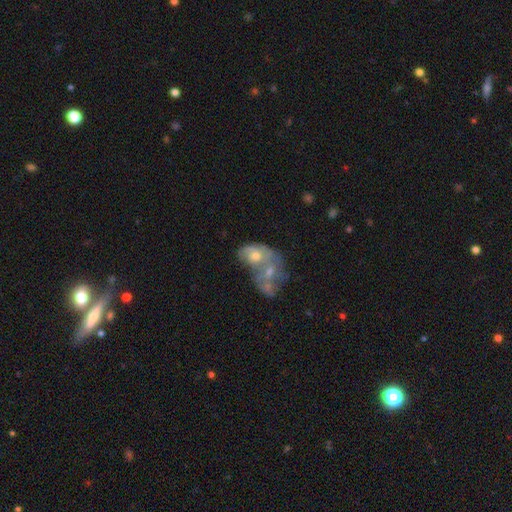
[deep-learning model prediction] Q: Smooth or featured?
A: featured or disk (55%); runner-up: smooth (35%)
Q: Edge-on disk?
A: no (96%); runner-up: yes (4%)
Q: Bar?
A: no (82%); runner-up: weak (15%)
Q: Spiral arms?
A: no (56%); runner-up: yes (44%)
Q: Bulge size?
A: moderate (58%); runner-up: small (28%)
Q: Merging?
A: merger (74%); runner-up: none (12%)